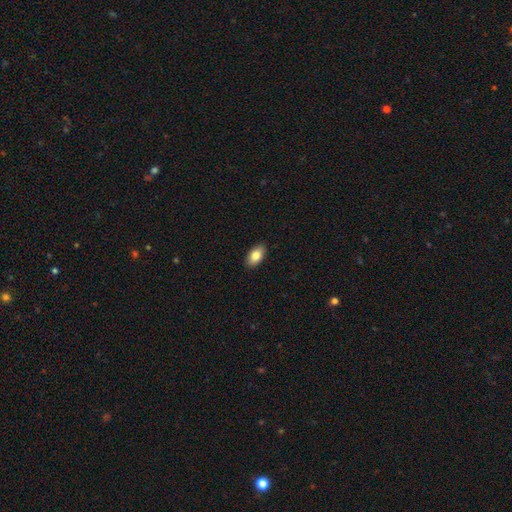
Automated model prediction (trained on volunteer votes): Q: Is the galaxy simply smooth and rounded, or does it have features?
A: smooth — 82%.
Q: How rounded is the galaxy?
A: in between — 93%.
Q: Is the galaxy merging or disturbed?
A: none — 90%.